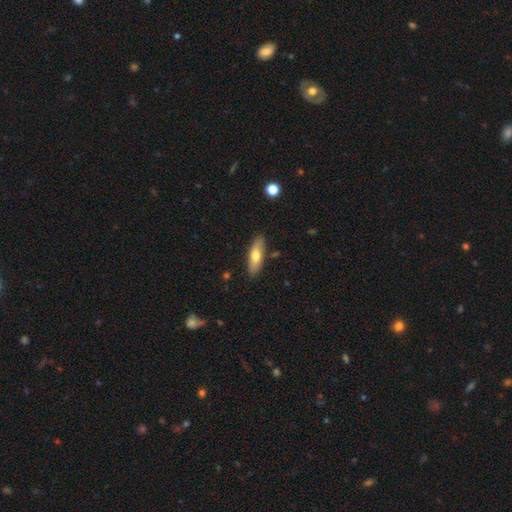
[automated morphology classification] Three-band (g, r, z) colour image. It shows a smooth galaxy with no disk features (65%) that is in between round and cigar-shaped (53%). Merging: none (86%).